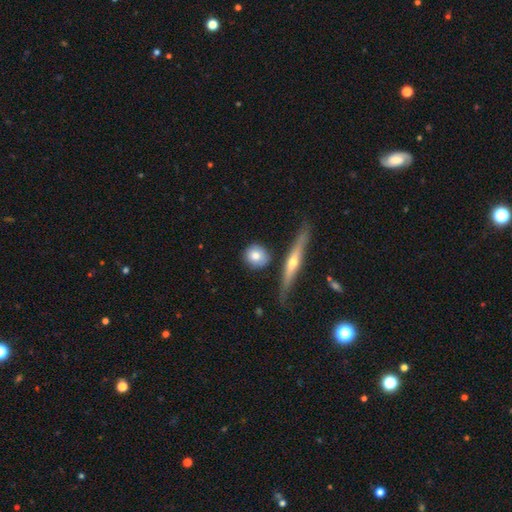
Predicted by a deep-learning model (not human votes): This is likely a smooth galaxy (74%). How rounded: clearly round (84%). Merging: likely none (79%).